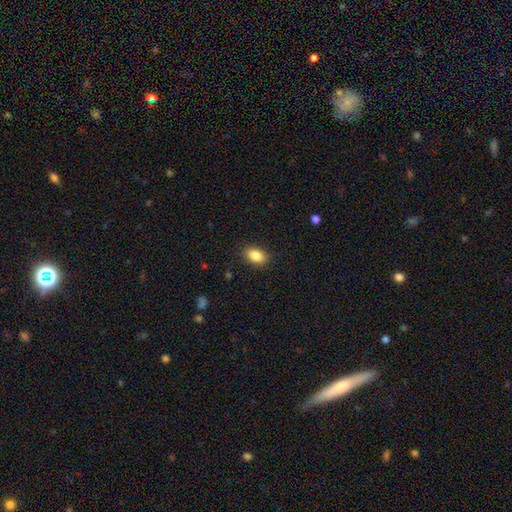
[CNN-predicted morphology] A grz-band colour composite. It shows a smooth galaxy with no disk features (86%) that is in between round and cigar-shaped (86%). Merging: none (88%).